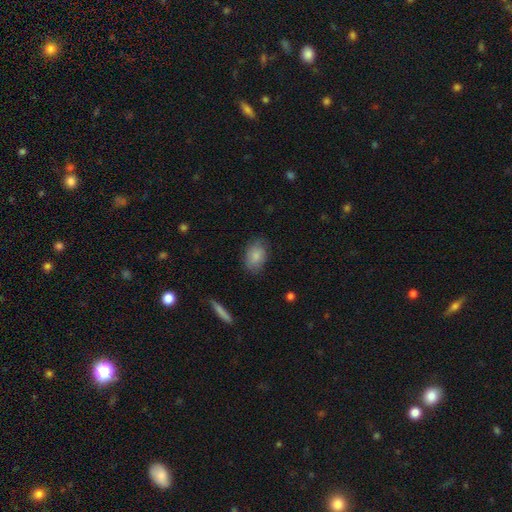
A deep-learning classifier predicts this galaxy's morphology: type=smooth (84%); roundness=in between (86%); merging=none (76%).